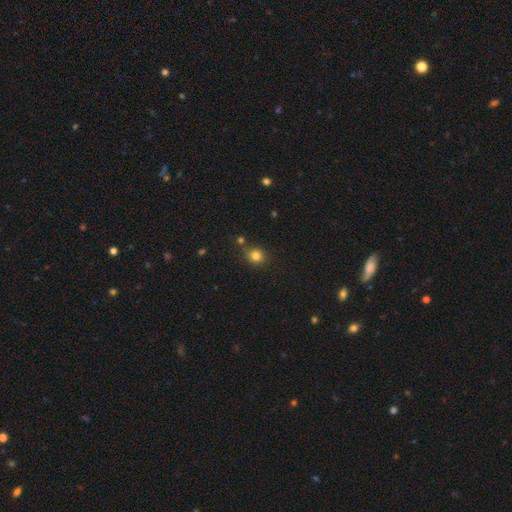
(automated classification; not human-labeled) A smooth galaxy with no disk features (81%) that is round (83%). Merging: none (79%).